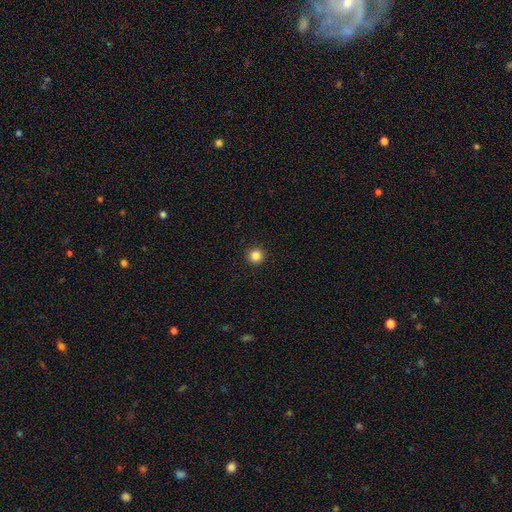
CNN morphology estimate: type=smooth (85%); roundness=round (96%); merging=none (94%).